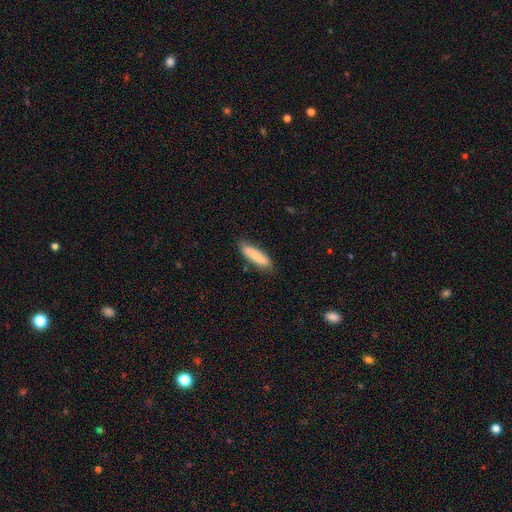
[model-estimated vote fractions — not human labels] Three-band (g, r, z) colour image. It shows a smooth galaxy with no disk features (75%) that is cigar-shaped (62%). Merging: none (80%).